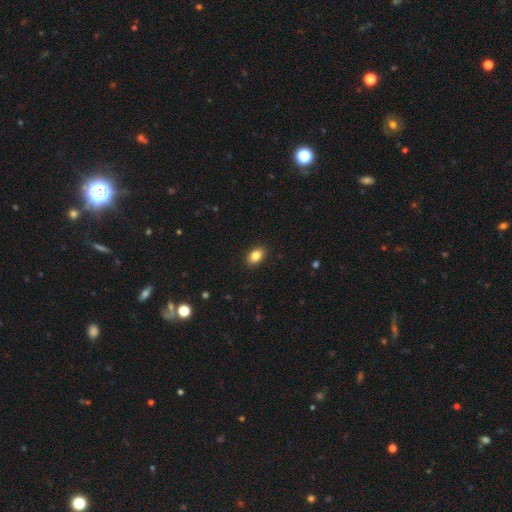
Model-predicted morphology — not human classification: This is clearly a smooth galaxy (85%). How rounded: clearly in between (83%). Merging: clearly none (90%).